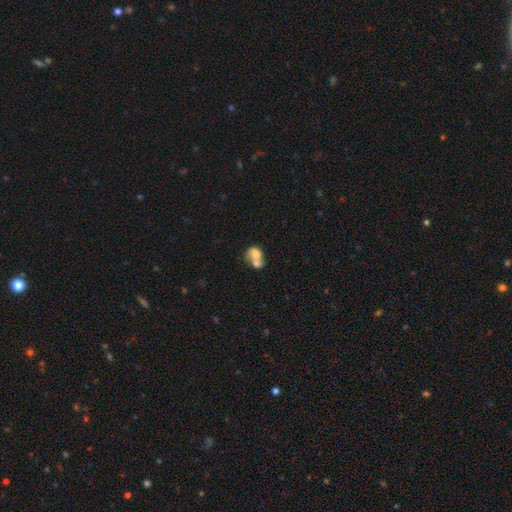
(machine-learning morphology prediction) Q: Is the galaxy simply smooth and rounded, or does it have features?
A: smooth — 66%.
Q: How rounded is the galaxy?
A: in between — 52%.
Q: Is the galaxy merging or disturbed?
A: merger — 73%.